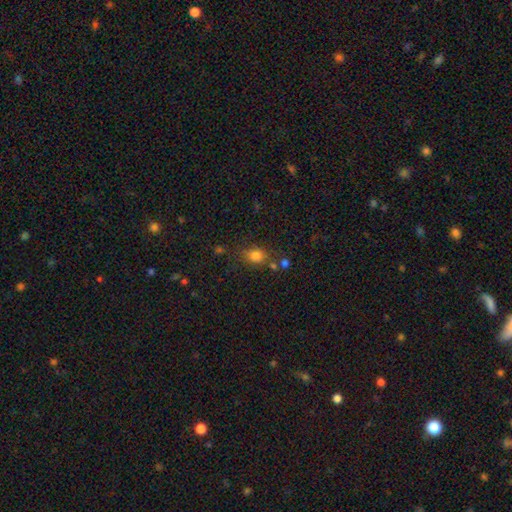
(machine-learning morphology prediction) This is likely a smooth galaxy (79%). How rounded: possibly in between (49%, tied with round). Merging: likely none (69%).